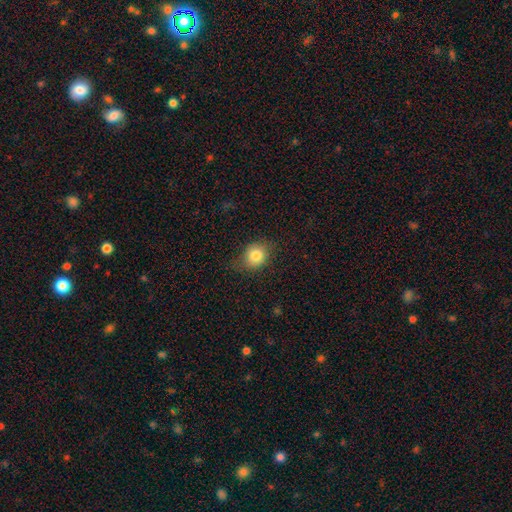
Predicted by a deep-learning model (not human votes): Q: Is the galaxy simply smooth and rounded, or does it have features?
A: smooth — 80%.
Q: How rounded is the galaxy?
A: round — 64%.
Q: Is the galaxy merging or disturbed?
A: none — 69%.